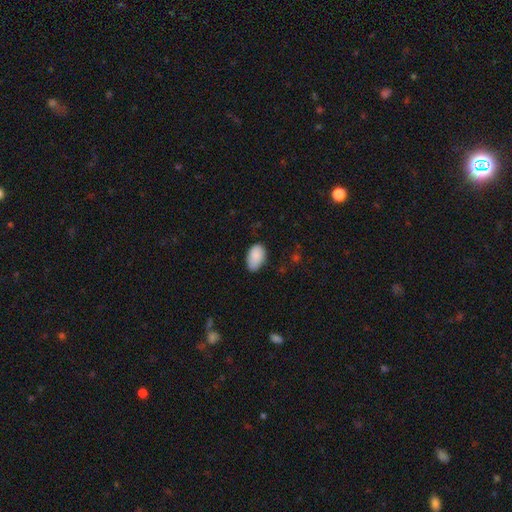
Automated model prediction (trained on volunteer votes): This appears to be a smooth galaxy with no disk features (88%) that is in between round and cigar-shaped (93%). Merging: none (67%).